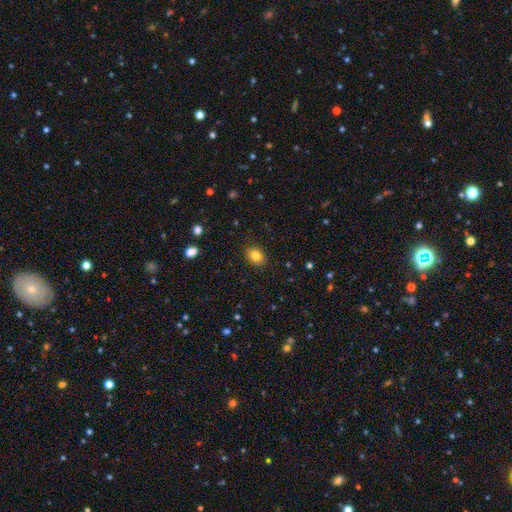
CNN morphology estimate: Smooth or featured? smooth (82%)
How rounded? in between (52%)
Merging? none (88%)